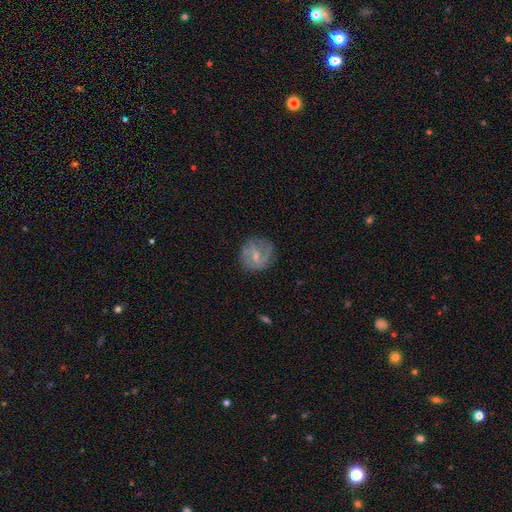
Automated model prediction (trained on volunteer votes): smooth-or-featured: featured or disk: 57% | smooth: 35% | star or artifact: 7%
  disk-edge-on: no: 97% | yes: 3%
    bar: weak: 52% | no: 33% | strong: 15%
    has-spiral-arms: yes: 77% | no: 23%
    bulge-size: small: 60% | moderate: 28% | none: 9% | large: 2% | dominant: 1%
  merging: none: 66% | minor disturbance: 21% | major disturbance: 12% | merger: 2%